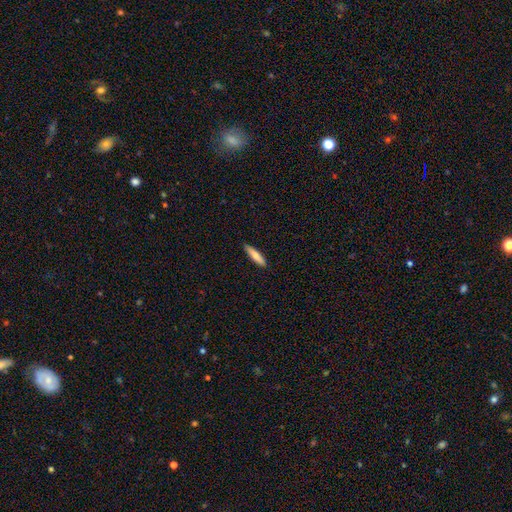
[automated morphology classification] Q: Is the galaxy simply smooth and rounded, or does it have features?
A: smooth — 75%.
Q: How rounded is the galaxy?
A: cigar-shaped — 83%.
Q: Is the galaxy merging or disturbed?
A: none — 90%.